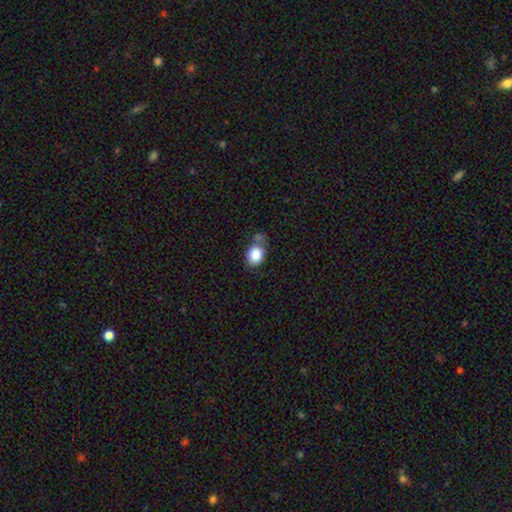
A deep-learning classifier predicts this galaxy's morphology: Overall: smooth (85%). How rounded: in between (61%; round 38%). Merging: none (49%; minor disturbance 24%).